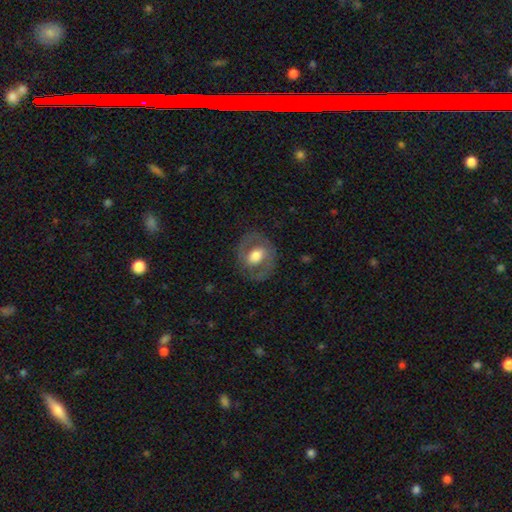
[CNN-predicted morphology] smooth-or-featured: featured or disk: 54% | smooth: 40% | star or artifact: 6%
  disk-edge-on: no: 94% | yes: 6%
    bar: no: 48% | weak: 33% | strong: 19%
    has-spiral-arms: no: 63% | yes: 37%
    bulge-size: moderate: 61% | large: 27% | small: 8% | dominant: 2% | none: 1%
  merging: none: 77% | minor disturbance: 13% | major disturbance: 9% | merger: 1%